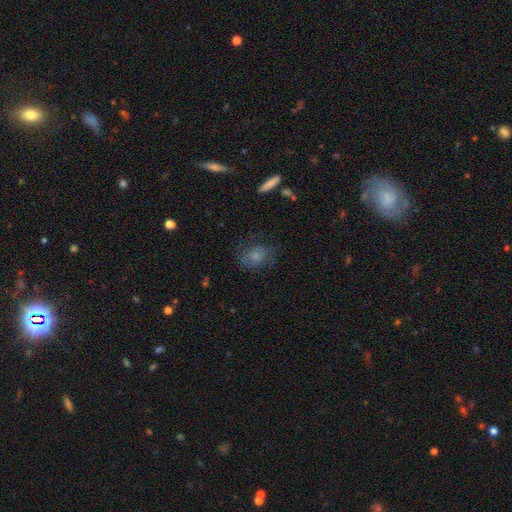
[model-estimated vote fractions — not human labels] smooth 62%, featured or disk 27%, star or artifact 11%. Down the decision tree: how rounded — round (52%); merging — none (66%).